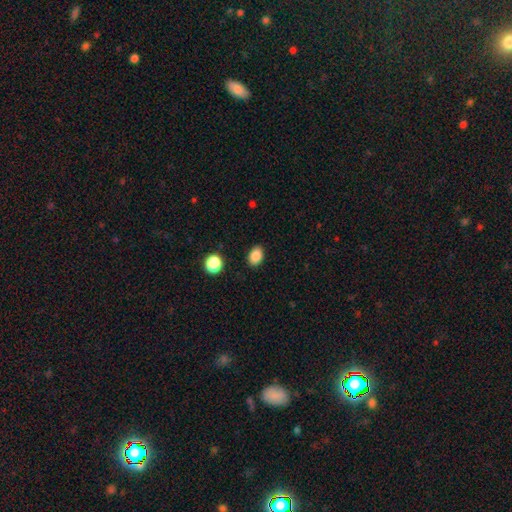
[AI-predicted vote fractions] Smooth or featured?
  - smooth: 86% *
  - star or artifact: 10%
  - featured or disk: 4%
How rounded?
  - in between: 75% *
  - round: 24%
  - cigar-shaped: 1%
Merging?
  - none: 88% *
  - minor disturbance: 8%
  - major disturbance: 2%
  - merger: 2%